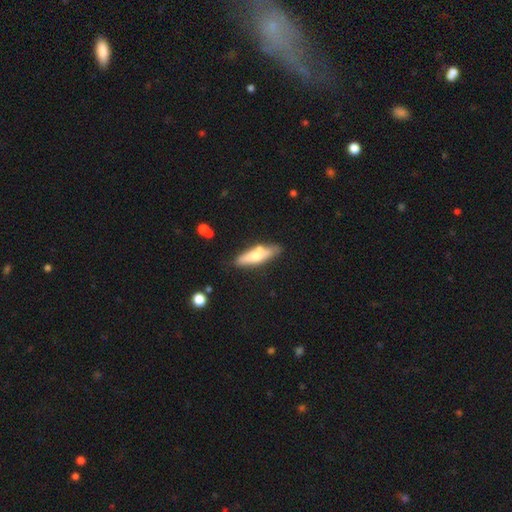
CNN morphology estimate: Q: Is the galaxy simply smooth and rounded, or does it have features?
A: smooth — 55%.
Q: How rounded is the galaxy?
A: cigar-shaped — 63%.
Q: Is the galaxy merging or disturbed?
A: none — 67%.